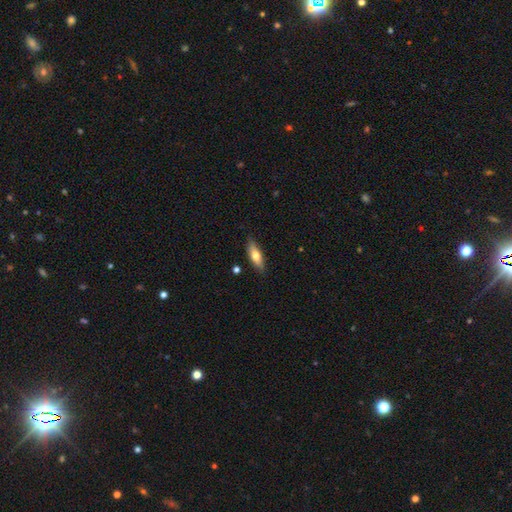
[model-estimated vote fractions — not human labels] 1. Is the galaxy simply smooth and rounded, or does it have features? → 62% smooth, 32% featured or disk, 6% star or artifact.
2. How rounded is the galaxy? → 51% in between, 47% cigar-shaped, 3% round.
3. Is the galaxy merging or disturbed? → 86% none, 11% minor disturbance, 2% major disturbance, 2% merger.